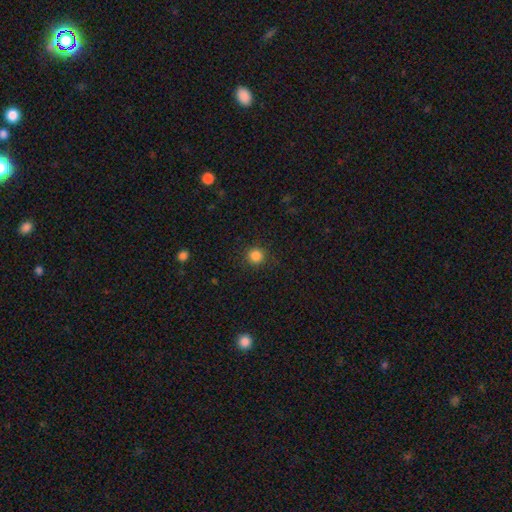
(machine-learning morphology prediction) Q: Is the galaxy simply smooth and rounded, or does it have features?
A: smooth — 85%.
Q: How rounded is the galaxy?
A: round — 94%.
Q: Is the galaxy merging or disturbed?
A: none — 89%.